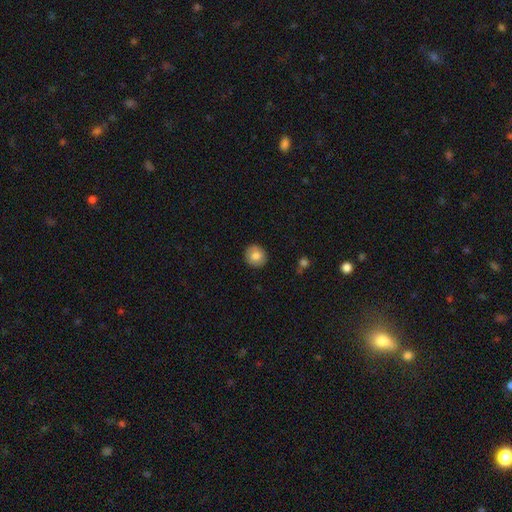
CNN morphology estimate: Smooth or featured? smooth (80%)
How rounded? round (89%)
Merging? none (90%)